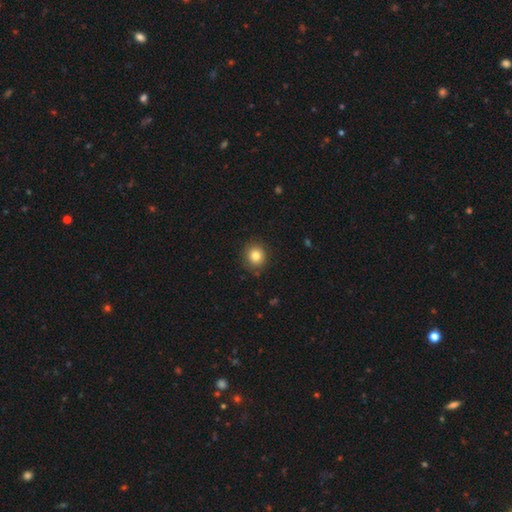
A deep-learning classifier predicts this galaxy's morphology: smooth 82%, star or artifact 11%, featured or disk 7%. Down the decision tree: how rounded — round (86%); merging — none (89%).